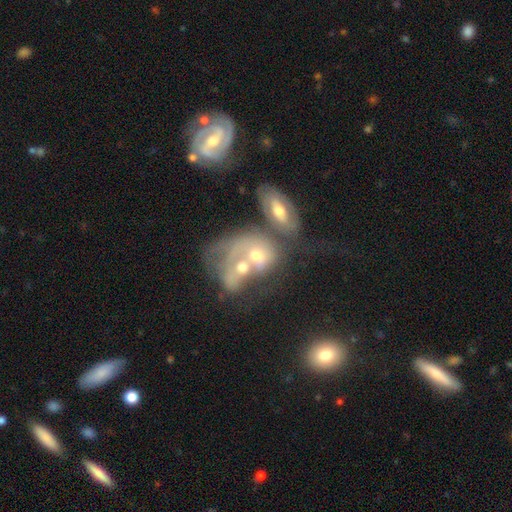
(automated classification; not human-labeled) This appears to be a featured or disk galaxy (57%) with no bar (76%), spiral arms (51%) and a moderate central bulge (49%). Merging: merger (56%).